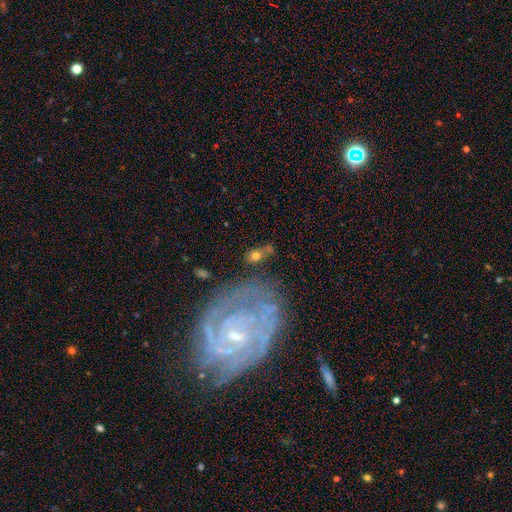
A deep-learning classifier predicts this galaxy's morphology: Smooth or featured: smooth — 62% (featured or disk — 25%)
How rounded: in between — 76% (round — 19%)
Merging: none — 58% (minor disturbance — 20%)